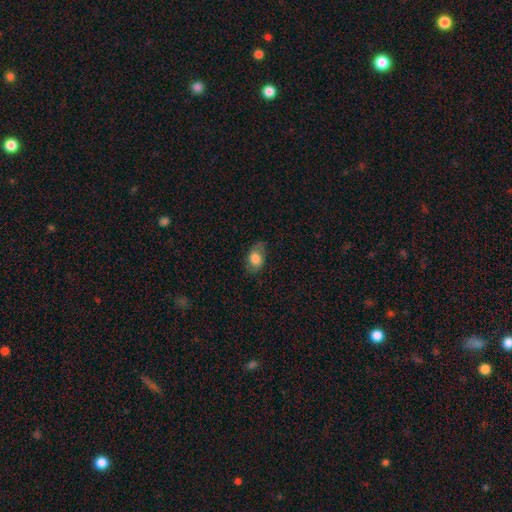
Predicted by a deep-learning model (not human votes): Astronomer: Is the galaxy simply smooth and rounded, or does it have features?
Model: smooth — 71%.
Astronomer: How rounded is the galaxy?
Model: in between — 80%.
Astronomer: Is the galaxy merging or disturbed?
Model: none — 70%.